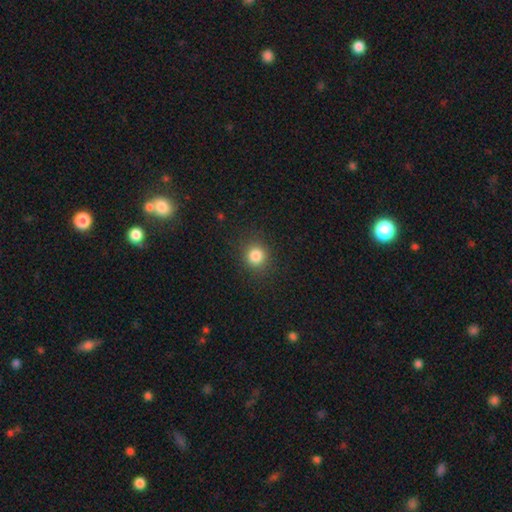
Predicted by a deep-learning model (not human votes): A smooth galaxy with no disk features (83%) that is round (87%).

Vote fractions:
- Smooth or featured? smooth: 83% / star or artifact: 12% / featured or disk: 5%
- How rounded? round: 87% / in between: 12% / cigar-shaped: 1%
- Merging? none: 89% / minor disturbance: 7% / major disturbance: 3% / merger: 1%